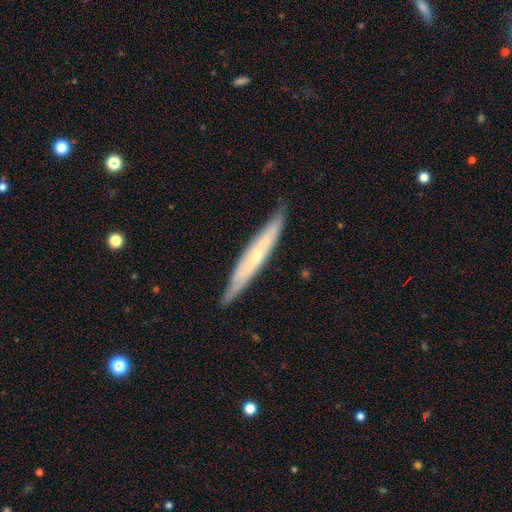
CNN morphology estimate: This appears to be a featured or disk galaxy (54%) viewed edge-on (84%). Merging: none (86%).